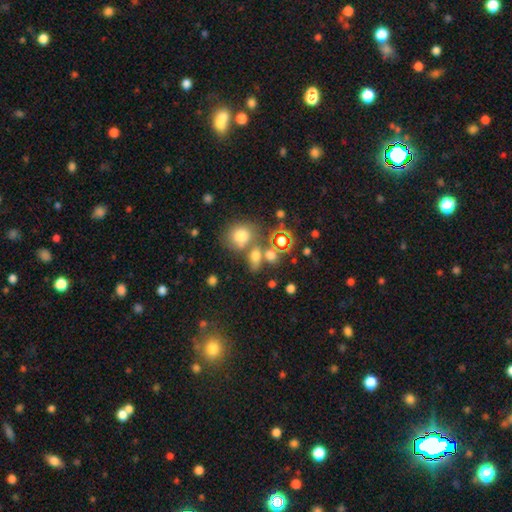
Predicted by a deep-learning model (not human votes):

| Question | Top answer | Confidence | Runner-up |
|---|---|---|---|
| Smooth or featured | smooth | 66% | star or artifact (22%) |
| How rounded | in between | 55% | round (41%) |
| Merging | none | 51% | merger (31%) |